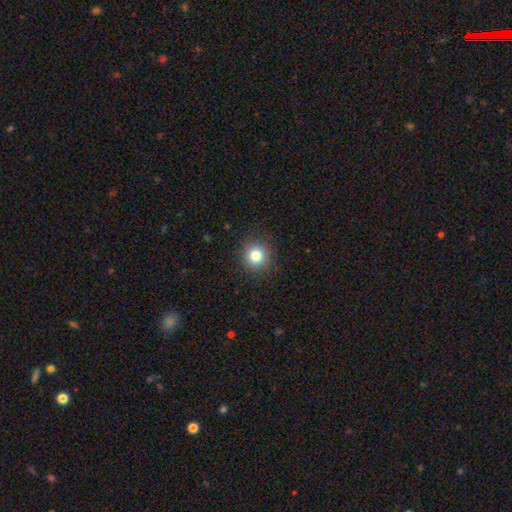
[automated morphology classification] Smooth or featured? smooth (81%)
How rounded? round (93%)
Merging? none (90%)